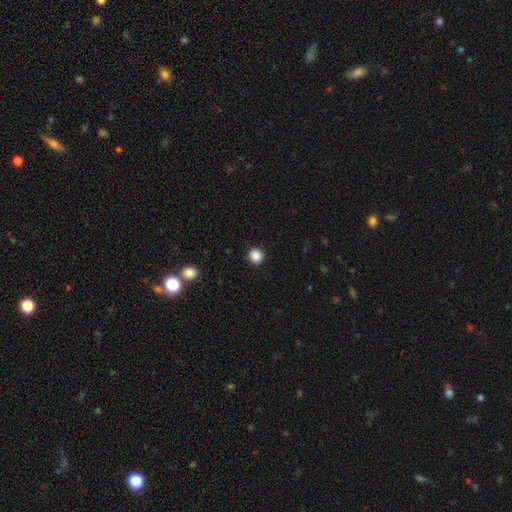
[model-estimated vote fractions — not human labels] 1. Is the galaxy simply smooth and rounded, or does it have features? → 87% smooth, 11% star or artifact, 3% featured or disk.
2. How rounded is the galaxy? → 93% round, 6% in between, 1% cigar-shaped.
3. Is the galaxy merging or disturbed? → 92% none, 5% minor disturbance, 2% major disturbance, 1% merger.